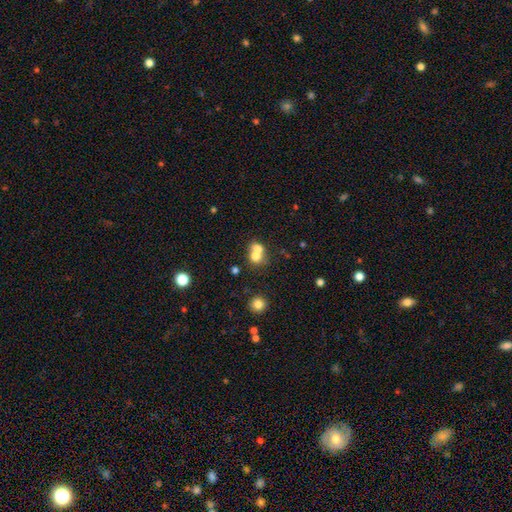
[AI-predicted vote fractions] This appears to be a smooth galaxy with no disk features (70%) that is round (69%). Merging: merger (66%).